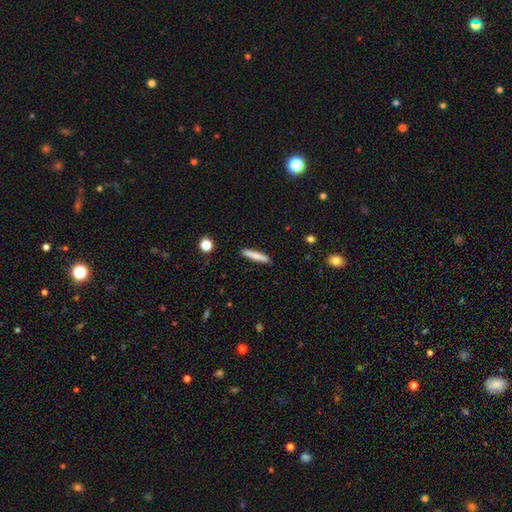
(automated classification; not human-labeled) This appears to be a smooth galaxy with no disk features (77%) that is cigar-shaped (91%). Merging: none (91%).